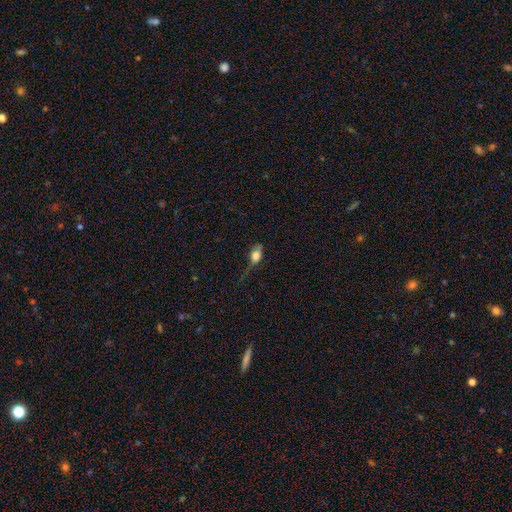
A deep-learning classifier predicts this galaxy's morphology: Smooth or featured?
  - smooth: 72% *
  - featured or disk: 18%
  - star or artifact: 10%
How rounded?
  - in between: 79% *
  - round: 14%
  - cigar-shaped: 7%
Merging?
  - none: 34% *
  - minor disturbance: 33%
  - major disturbance: 30%
  - merger: 3%